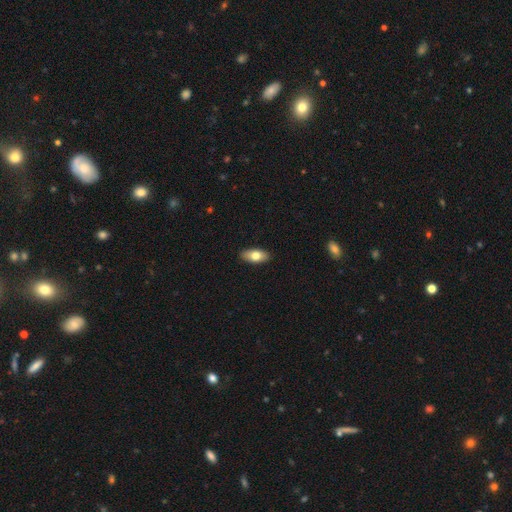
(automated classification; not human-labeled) Smooth or featured? Predicted: smooth (p=0.76). How rounded? Predicted: in between (p=0.88). Merging? Predicted: none (p=0.90).